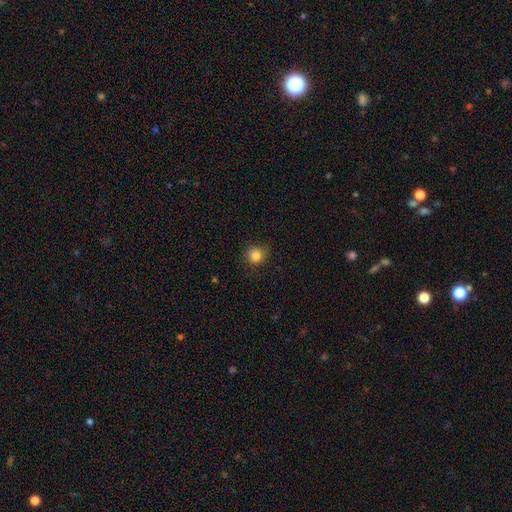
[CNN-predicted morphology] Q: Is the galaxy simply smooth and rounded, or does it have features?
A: smooth — 84%.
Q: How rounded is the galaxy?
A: round — 92%.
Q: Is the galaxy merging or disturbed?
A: none — 86%.